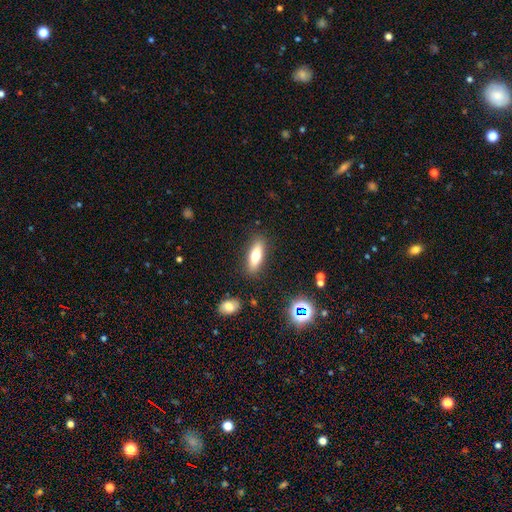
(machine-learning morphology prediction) Smooth or featured? Predicted: smooth (p=0.67). How rounded? Predicted: in between (p=0.53). Merging? Predicted: none (p=0.87).